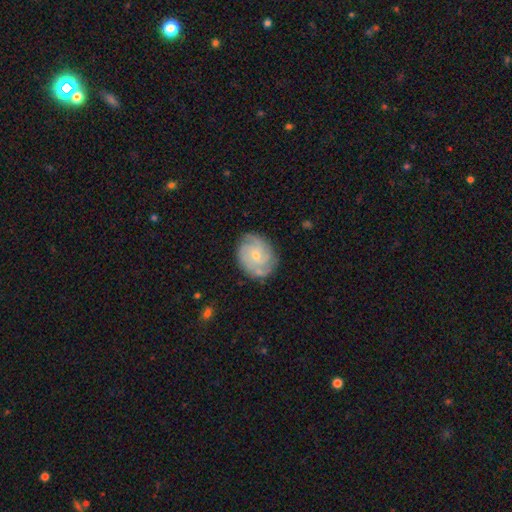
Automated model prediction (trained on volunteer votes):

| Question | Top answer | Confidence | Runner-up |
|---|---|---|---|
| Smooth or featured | featured or disk | 80% | smooth (14%) |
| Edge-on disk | no | 98% | yes (2%) |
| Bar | no | 70% | weak (26%) |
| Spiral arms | yes | 96% | no (4%) |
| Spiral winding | tight | 62% | medium (31%) |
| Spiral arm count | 3 | 33% | can't tell (22%) |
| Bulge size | small | 66% | moderate (30%) |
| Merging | none | 79% | minor disturbance (15%) |